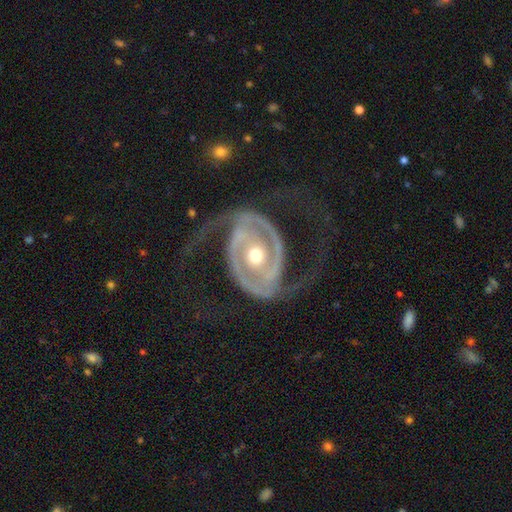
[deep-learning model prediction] A featured or disk galaxy (92%) with no bar (54%), 2 (92%) medium (45%) spiral arms (96%) and a moderate central bulge (77%). Merging: none (63%).